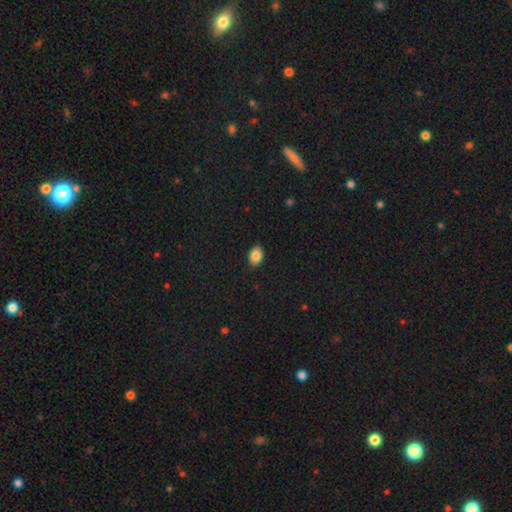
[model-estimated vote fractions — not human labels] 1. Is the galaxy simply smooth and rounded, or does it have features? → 86% smooth, 9% star or artifact, 6% featured or disk.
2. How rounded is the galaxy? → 73% in between, 26% round, 1% cigar-shaped.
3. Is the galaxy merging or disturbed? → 89% none, 8% minor disturbance, 2% major disturbance, 1% merger.